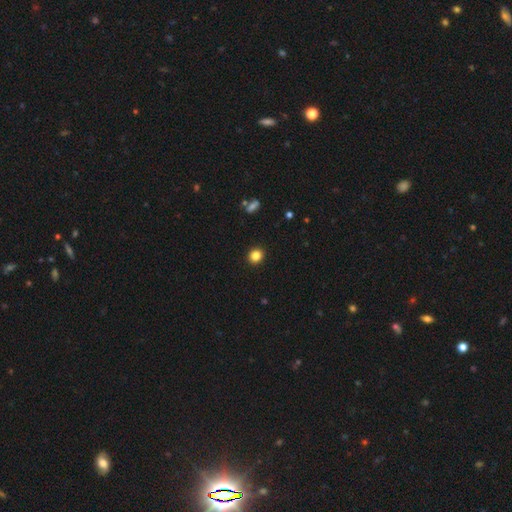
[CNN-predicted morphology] smooth 83%, star or artifact 12%, featured or disk 5%. Down the decision tree: how rounded — round (85%); merging — none (93%).